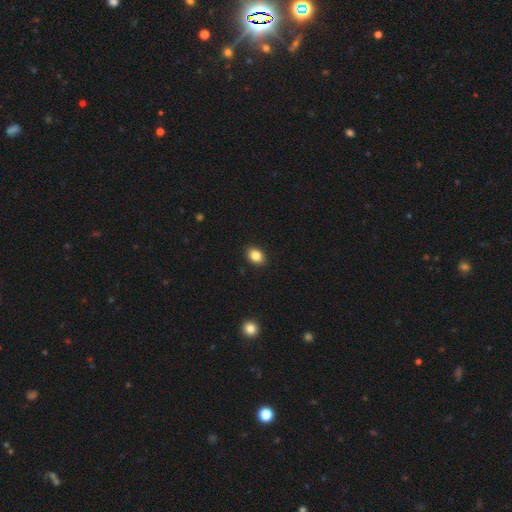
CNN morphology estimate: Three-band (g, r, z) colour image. It shows a smooth galaxy with no disk features (86%) that is in between round and cigar-shaped (71%). Merging: none (91%).